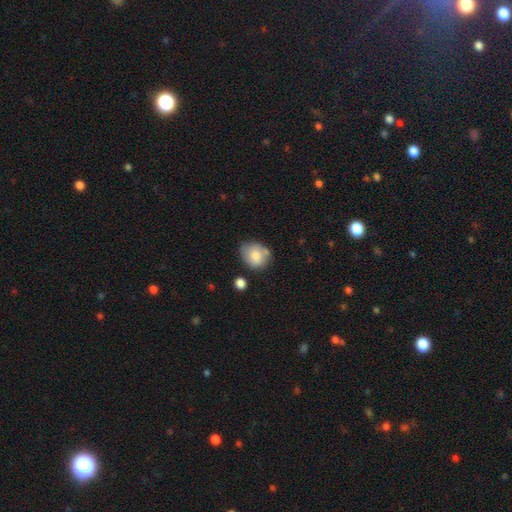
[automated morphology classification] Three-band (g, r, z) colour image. It shows a smooth galaxy with no disk features (78%) that is round (51%). Merging: none (54%).